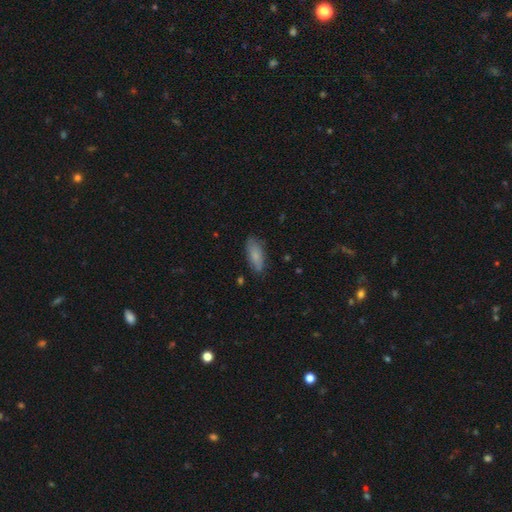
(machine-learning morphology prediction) The model was most divided on "how rounded": in between: 78%, cigar-shaped: 20%, round: 2%. More confident: smooth or featured — smooth (79%); merging — none (77%).